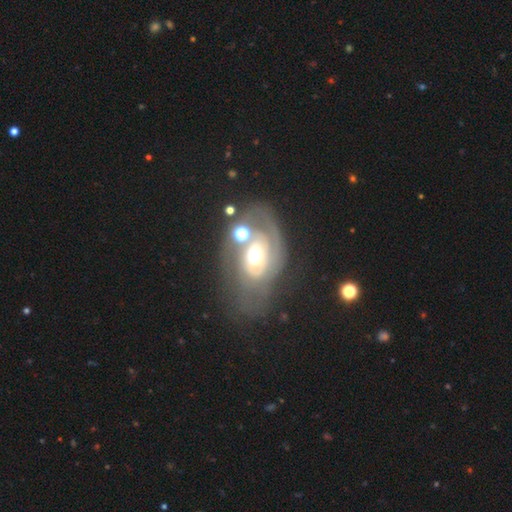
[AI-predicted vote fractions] Overall: featured or disk (74%). Edge-on disk: no (95%). Bar: no (69%). Spiral arms: yes (73%). Spiral arm count: 2 (33%; can't tell 29%). Spiral winding: tight (55%; medium 30%). Bulge size: moderate (65%). Merging: none (37%; major disturbance 27%).